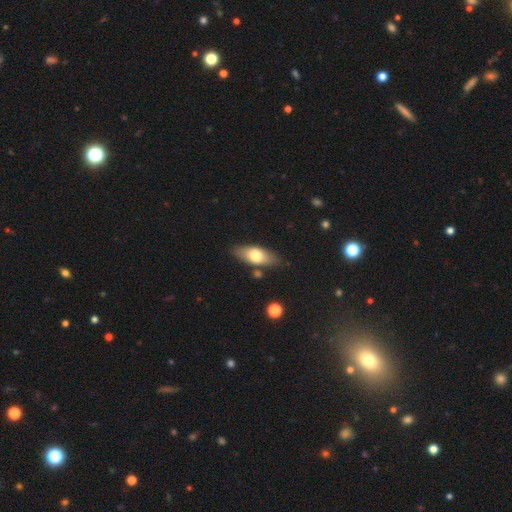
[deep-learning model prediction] A smooth galaxy with no disk features (68%) that is in between round and cigar-shaped (79%). Merging: none (81%).